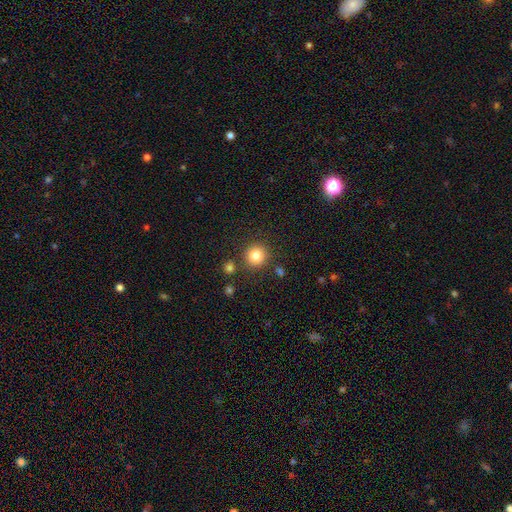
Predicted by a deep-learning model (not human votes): The model was most divided on "smooth or featured": smooth: 83%, star or artifact: 11%, featured or disk: 6%. More confident: how rounded — round (93%); merging — none (86%).